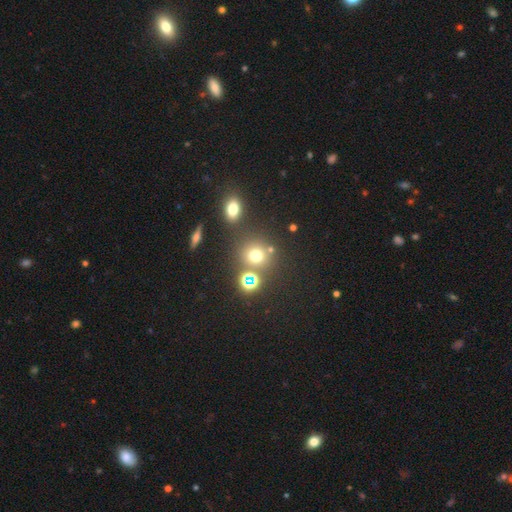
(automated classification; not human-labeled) A smooth galaxy with no disk features (63%) that is round (86%). Merging: none (73%).